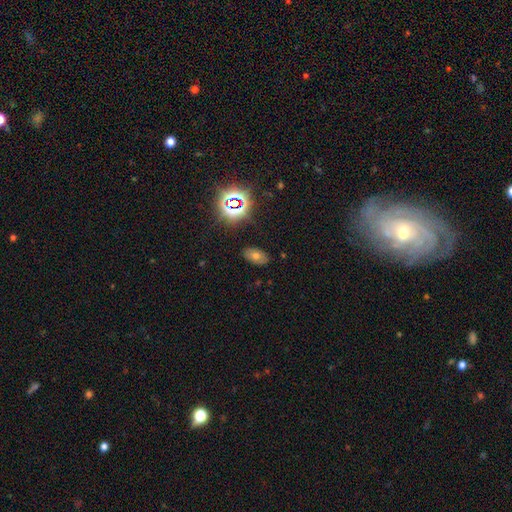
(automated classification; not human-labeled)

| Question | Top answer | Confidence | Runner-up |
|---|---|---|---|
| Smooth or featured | smooth | 53% | star or artifact (29%) |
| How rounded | in between | 89% | round (9%) |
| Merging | none | 85% | minor disturbance (11%) |